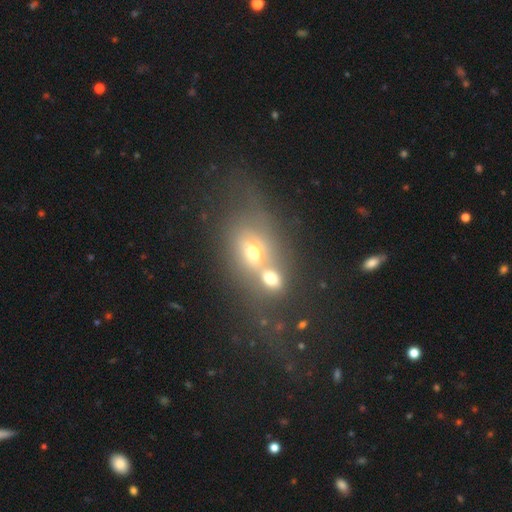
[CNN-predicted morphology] The model was most divided on "smooth or featured": smooth: 45%, featured or disk: 36%, star or artifact: 19%. More confident: merging — merger (68%).